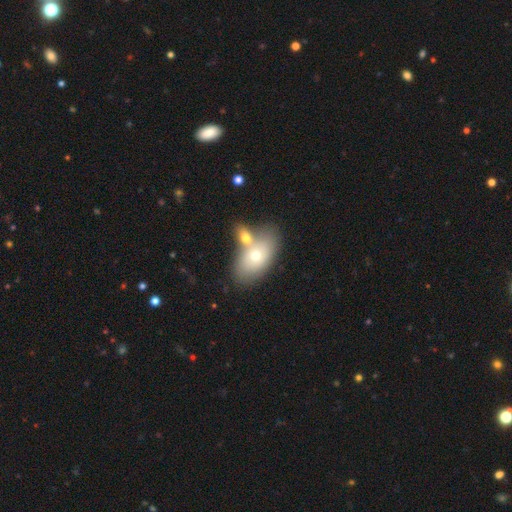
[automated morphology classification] The model was most divided on "merging": merger: 46%, none: 39%, minor disturbance: 11%, major disturbance: 4%. More confident: how rounded — in between (88%); smooth or featured — smooth (64%).